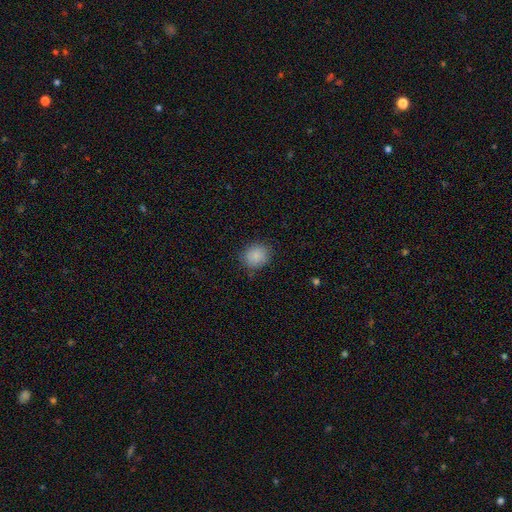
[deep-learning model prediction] Smooth or featured: smooth — 86% (star or artifact — 8%)
How rounded: round — 77% (in between — 22%)
Merging: none — 83% (minor disturbance — 12%)